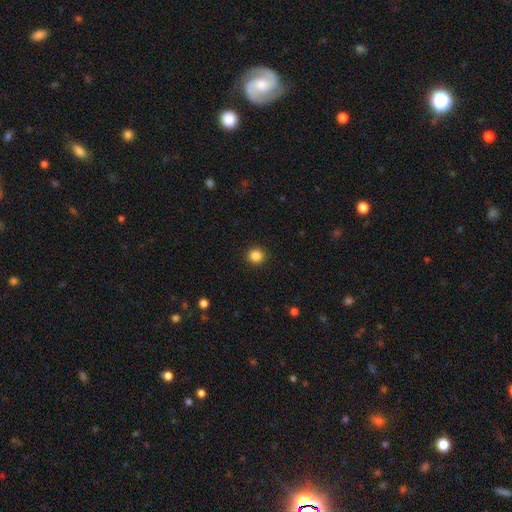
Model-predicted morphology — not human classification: This appears to be a smooth galaxy with no disk features (85%) that is round (93%). Merging: none (92%).